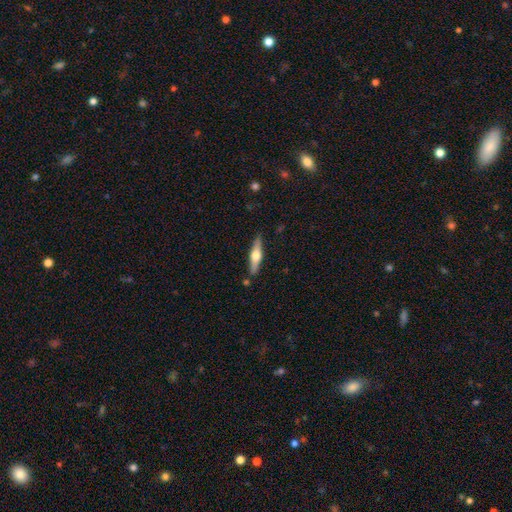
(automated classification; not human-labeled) Smooth or featured? Predicted: featured or disk (p=0.56). Edge-on disk? Predicted: yes (p=0.95). Edge-on bulge? Predicted: rounded (p=0.94). Merging? Predicted: none (p=0.85).